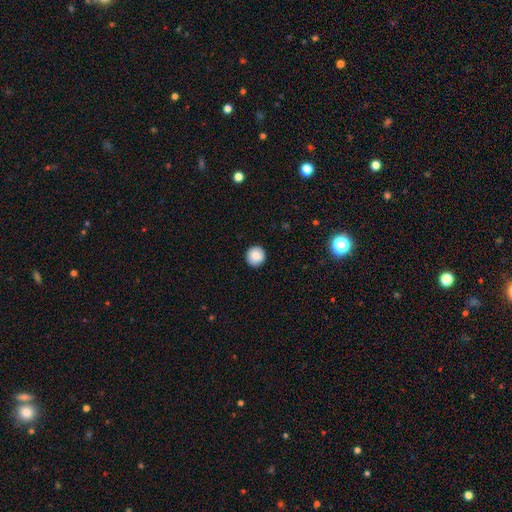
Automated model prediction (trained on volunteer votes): Smooth or featured? Predicted: smooth (p=0.85). How rounded? Predicted: round (p=0.94). Merging? Predicted: none (p=0.91).